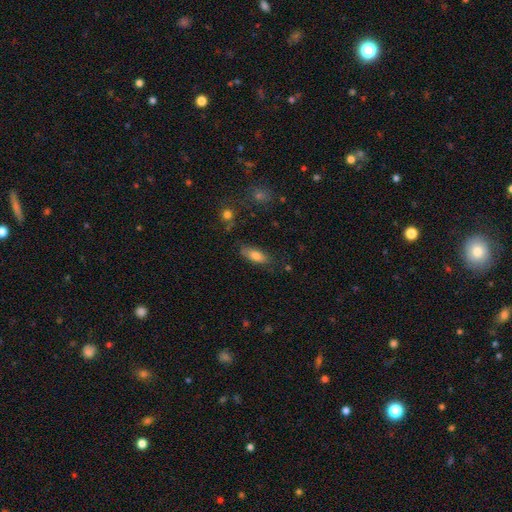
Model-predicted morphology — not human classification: A smooth galaxy with no disk features (79%) that is in between round and cigar-shaped (77%).

Vote fractions:
- Smooth or featured? smooth: 79% / featured or disk: 14% / star or artifact: 8%
- How rounded? in between: 77% / cigar-shaped: 20% / round: 3%
- Merging? none: 76% / minor disturbance: 17% / major disturbance: 4% / merger: 3%